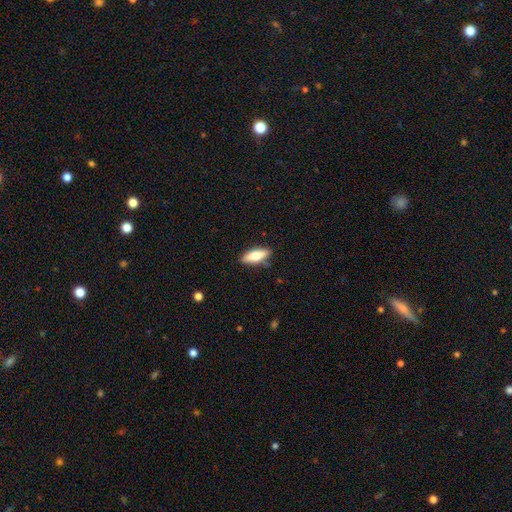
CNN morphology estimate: A smooth galaxy with no disk features (70%) that is in between round and cigar-shaped (63%).

Vote fractions:
- Smooth or featured? smooth: 70% / featured or disk: 24% / star or artifact: 6%
- How rounded? in between: 63% / cigar-shaped: 34% / round: 2%
- Merging? none: 84% / minor disturbance: 12% / major disturbance: 2% / merger: 2%